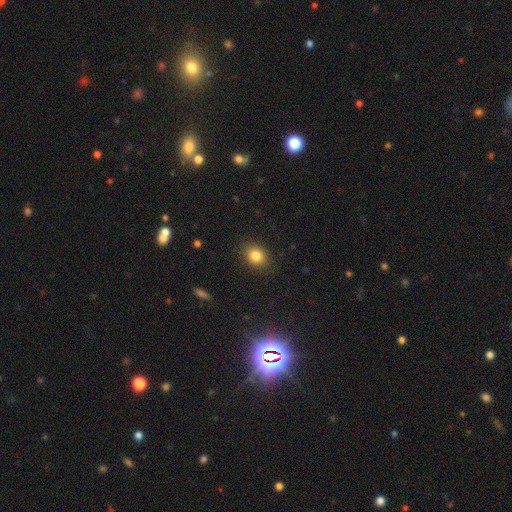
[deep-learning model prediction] Smooth or featured? Predicted: smooth (p=0.83). How rounded? Predicted: round (p=0.56). Merging? Predicted: none (p=0.88).